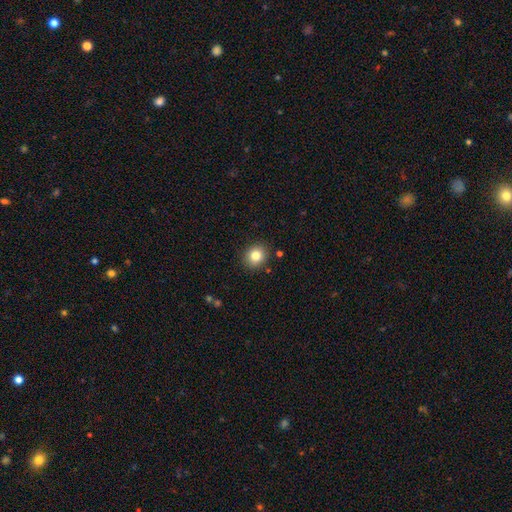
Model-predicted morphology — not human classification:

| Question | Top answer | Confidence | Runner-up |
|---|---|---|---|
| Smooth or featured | smooth | 82% | star or artifact (11%) |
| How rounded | round | 80% | in between (19%) |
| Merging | none | 89% | minor disturbance (7%) |